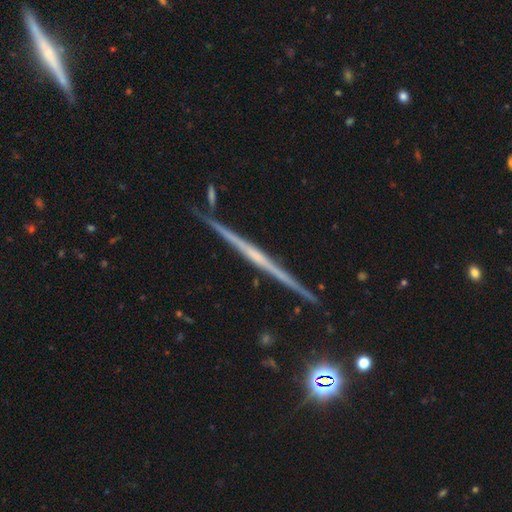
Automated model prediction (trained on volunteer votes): smooth_or_featured: featured or disk (p=0.81) [alt: smooth p=0.12]
disk_edge_on: yes (p=0.98) [alt: no p=0.02]
edge_on_bulge: none (p=0.56) [alt: rounded p=0.35]
merging: none (p=0.90) [alt: minor disturbance p=0.06]